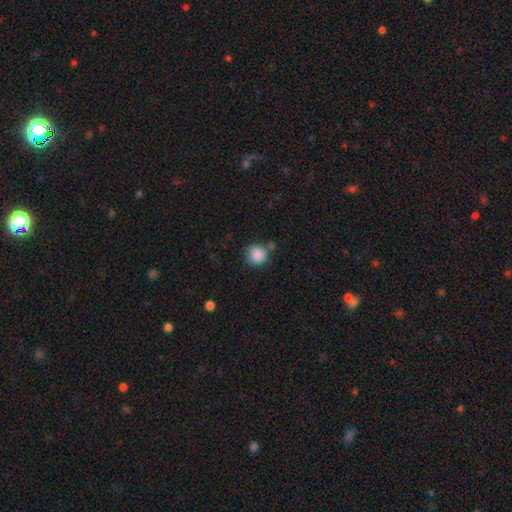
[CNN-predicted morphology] Q: Smooth or featured?
A: smooth (87%); runner-up: star or artifact (9%)
Q: How rounded?
A: round (93%); runner-up: in between (6%)
Q: Merging?
A: none (74%); runner-up: minor disturbance (13%)